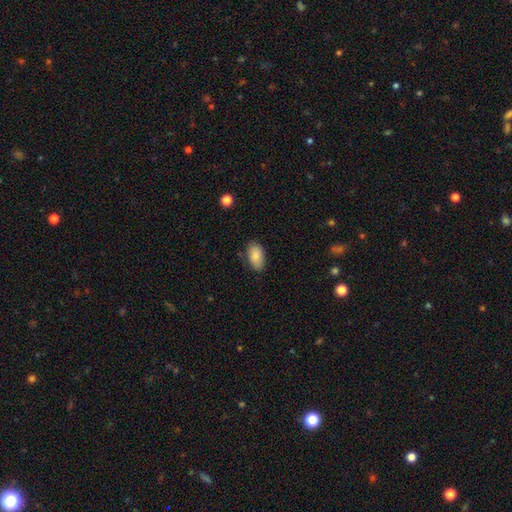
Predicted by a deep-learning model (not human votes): Q: Smooth or featured?
A: smooth (86%); runner-up: featured or disk (7%)
Q: How rounded?
A: in between (93%); runner-up: round (5%)
Q: Merging?
A: none (81%); runner-up: minor disturbance (15%)